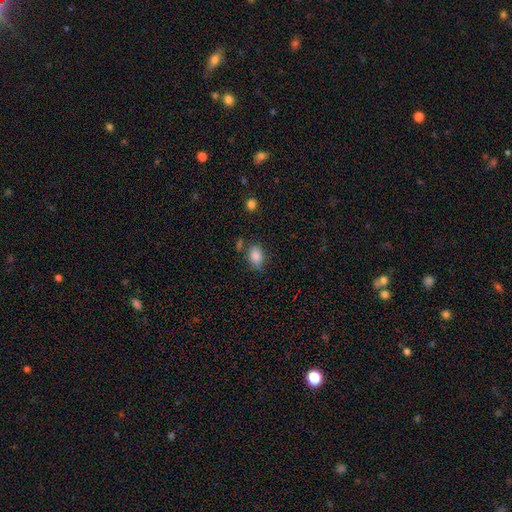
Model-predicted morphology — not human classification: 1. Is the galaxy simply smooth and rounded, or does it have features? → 85% smooth, 9% star or artifact, 5% featured or disk.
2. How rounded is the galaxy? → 82% in between, 17% round, 2% cigar-shaped.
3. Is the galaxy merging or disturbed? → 68% none, 19% minor disturbance, 8% merger, 5% major disturbance.